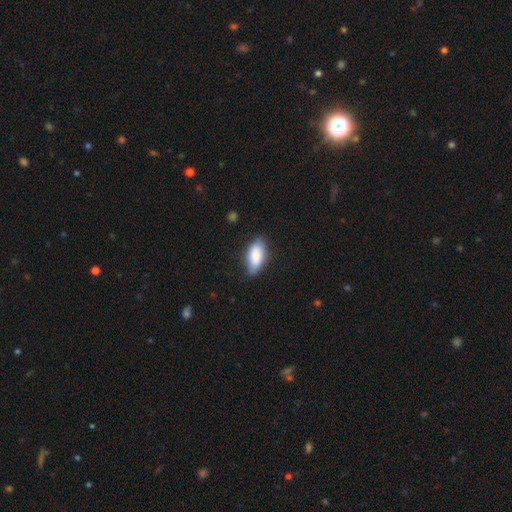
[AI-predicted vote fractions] smooth-or-featured: smooth: 83% | featured or disk: 11% | star or artifact: 6%
  how-rounded: in between: 89% | cigar-shaped: 9% | round: 3%
  merging: none: 77% | minor disturbance: 19% | major disturbance: 3% | merger: 1%